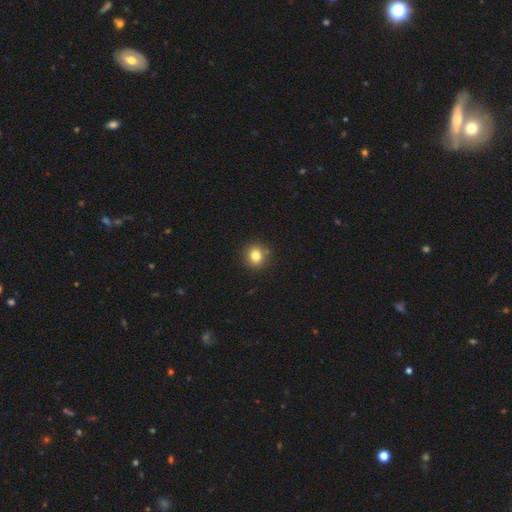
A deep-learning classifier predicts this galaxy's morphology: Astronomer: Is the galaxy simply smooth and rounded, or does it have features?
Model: smooth — 82%.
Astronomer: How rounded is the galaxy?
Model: round — 86%.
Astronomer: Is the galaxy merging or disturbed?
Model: none — 87%.